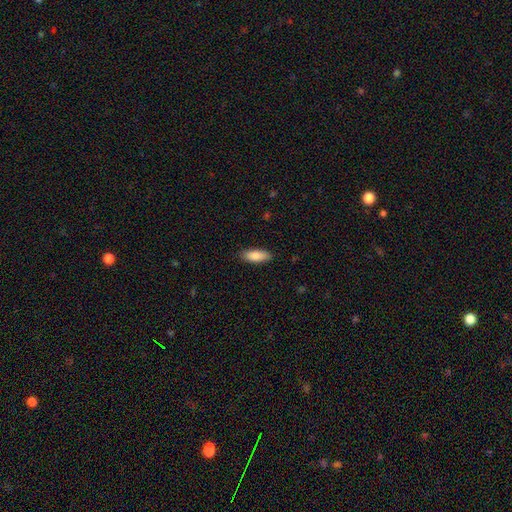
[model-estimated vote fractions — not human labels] A smooth galaxy with no disk features (86%) that is in between round and cigar-shaped (74%).

Vote fractions:
- Smooth or featured? smooth: 86% / featured or disk: 8% / star or artifact: 6%
- How rounded? in between: 74% / cigar-shaped: 24% / round: 2%
- Merging? none: 86% / minor disturbance: 11% / major disturbance: 2% / merger: 1%